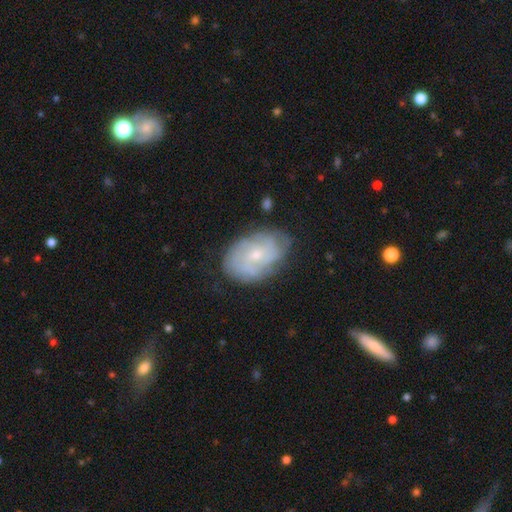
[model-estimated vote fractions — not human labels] Smooth or featured: featured or disk — 68% (smooth — 26%)
Edge-on disk: no — 96% (yes — 4%)
Bar: no — 69% (weak — 27%)
Spiral arms: yes — 83% (no — 17%)
Spiral winding: tight — 59% (medium — 30%)
Spiral arm count: can't tell — 51% (2 — 21%)
Bulge size: small — 66% (moderate — 30%)
Merging: none — 72% (minor disturbance — 20%)